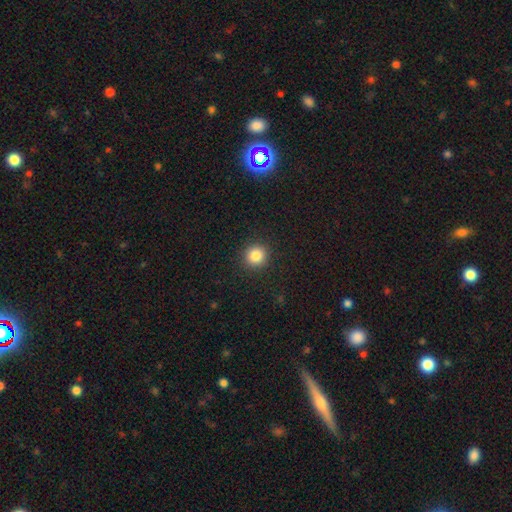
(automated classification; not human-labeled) Smooth or featured: smooth — 85% (star or artifact — 11%)
How rounded: round — 92% (in between — 8%)
Merging: none — 91% (minor disturbance — 5%)